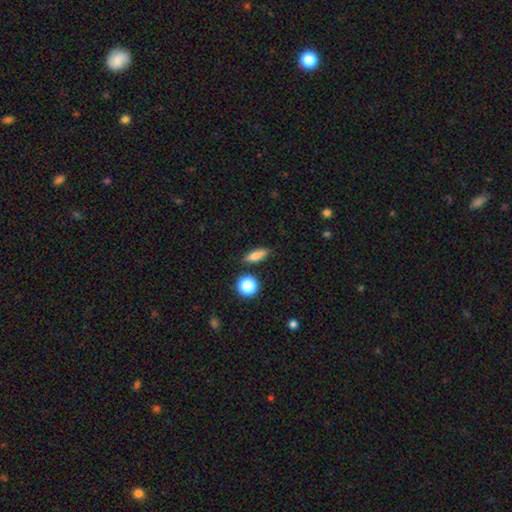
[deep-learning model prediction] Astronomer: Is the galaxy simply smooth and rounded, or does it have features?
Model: smooth — 78%.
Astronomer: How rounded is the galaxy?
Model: cigar-shaped — 45% (runner-up: in between, 43%).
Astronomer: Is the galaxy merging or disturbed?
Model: none — 85%.